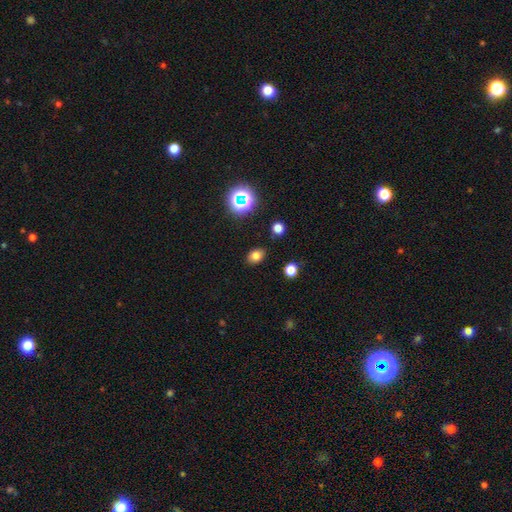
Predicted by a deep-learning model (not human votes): Smooth or featured: smooth — 75% (star or artifact — 17%)
How rounded: in between — 70% (round — 29%)
Merging: none — 84% (minor disturbance — 11%)